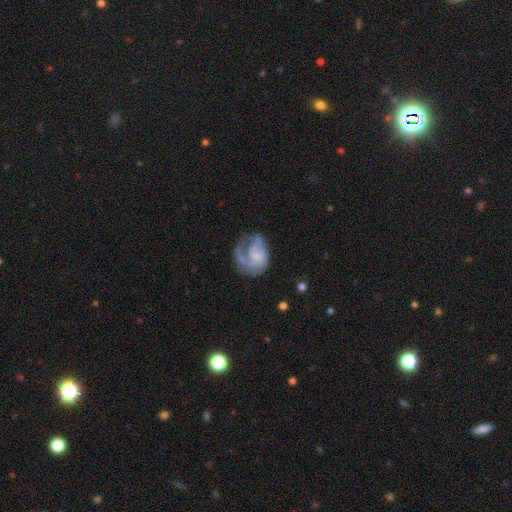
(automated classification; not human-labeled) Smooth or featured: featured or disk — 67% (smooth — 26%)
Edge-on disk: no — 98% (yes — 2%)
Bar: no — 64% (weak — 31%)
Spiral arms: yes — 77% (no — 23%)
Spiral winding: medium — 39% (tight — 32%)
Spiral arm count: 1 — 49% (2 — 23%)
Bulge size: small — 41% (none — 37%)
Merging: major disturbance — 40% (none — 35%)